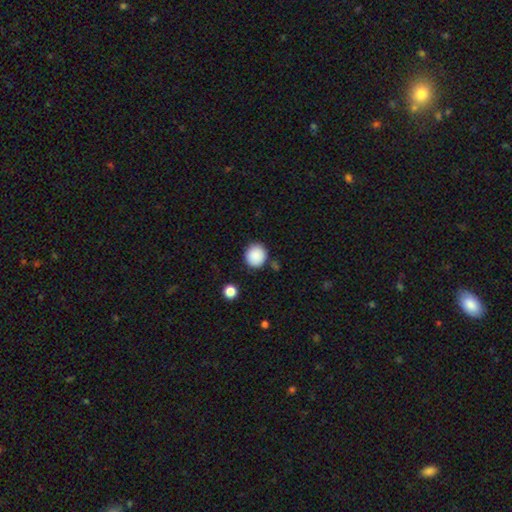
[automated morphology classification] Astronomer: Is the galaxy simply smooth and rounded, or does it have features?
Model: smooth — 89%.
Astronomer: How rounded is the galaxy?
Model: round — 88%.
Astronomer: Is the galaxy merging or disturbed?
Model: none — 86%.